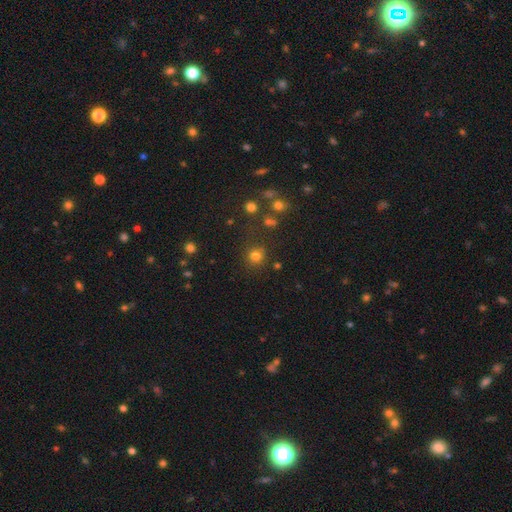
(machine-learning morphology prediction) smooth_or_featured: smooth (p=0.76) [alt: star or artifact p=0.18]
how_rounded: round (p=0.91) [alt: in between p=0.08]
merging: none (p=0.82) [alt: minor disturbance p=0.09]